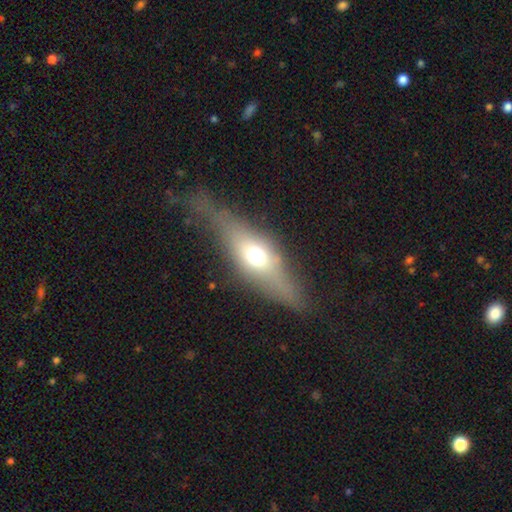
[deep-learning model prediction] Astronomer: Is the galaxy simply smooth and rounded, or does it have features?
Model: featured or disk — 47% (runner-up: smooth, 43%).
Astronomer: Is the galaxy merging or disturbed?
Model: none — 70%.